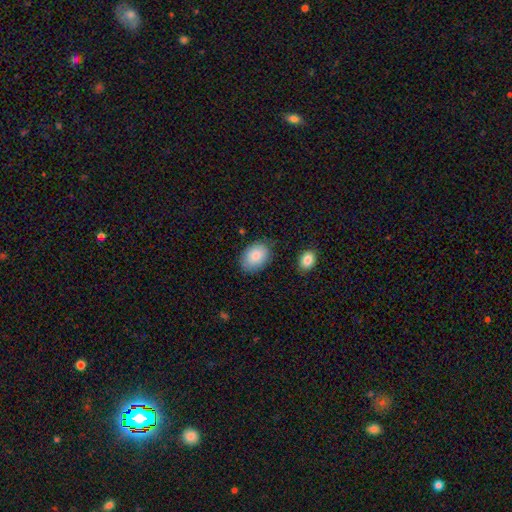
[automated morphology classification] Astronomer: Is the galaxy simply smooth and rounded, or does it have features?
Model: smooth — 85%.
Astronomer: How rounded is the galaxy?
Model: in between — 84%.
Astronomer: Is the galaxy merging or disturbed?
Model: none — 80%.